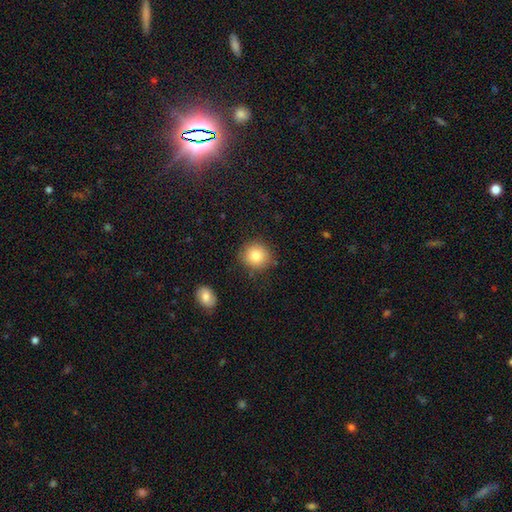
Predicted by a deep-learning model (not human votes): This is clearly a smooth galaxy (82%). How rounded: clearly round (86%). Merging: clearly none (84%).